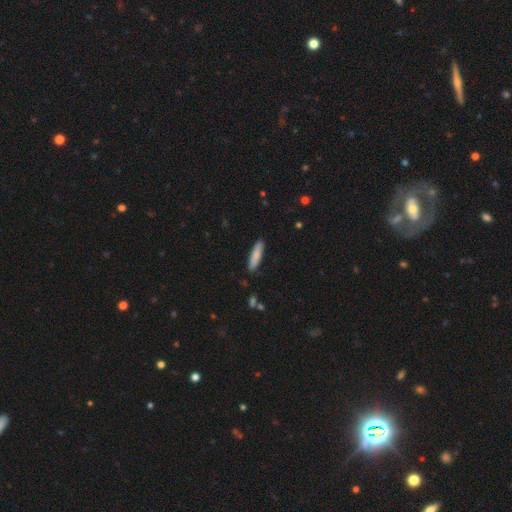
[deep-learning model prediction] Q: Smooth or featured?
A: smooth (82%); runner-up: featured or disk (13%)
Q: How rounded?
A: cigar-shaped (80%); runner-up: in between (19%)
Q: Merging?
A: none (90%); runner-up: minor disturbance (8%)